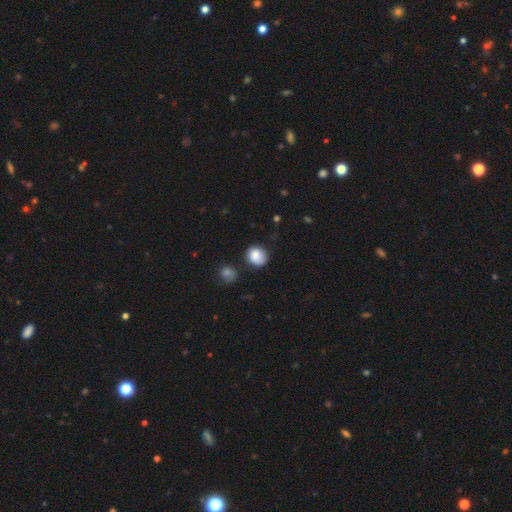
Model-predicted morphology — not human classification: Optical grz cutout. It shows a smooth galaxy with no disk features (85%) that is round (74%). Merging: none (72%).